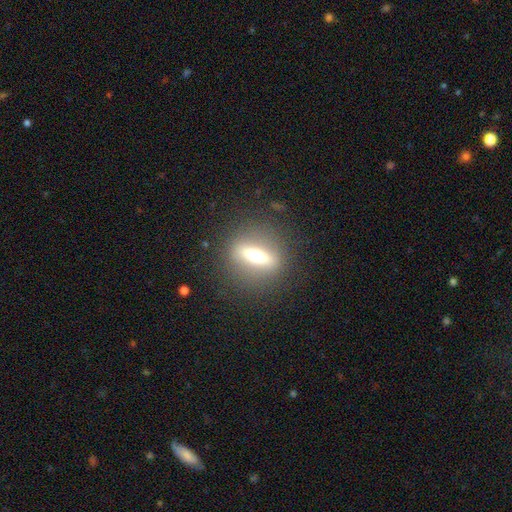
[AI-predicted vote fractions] Q: Smooth or featured?
A: featured or disk (51%); runner-up: smooth (39%)
Q: Edge-on disk?
A: yes (61%); runner-up: no (39%)
Q: Merging?
A: none (84%); runner-up: minor disturbance (8%)